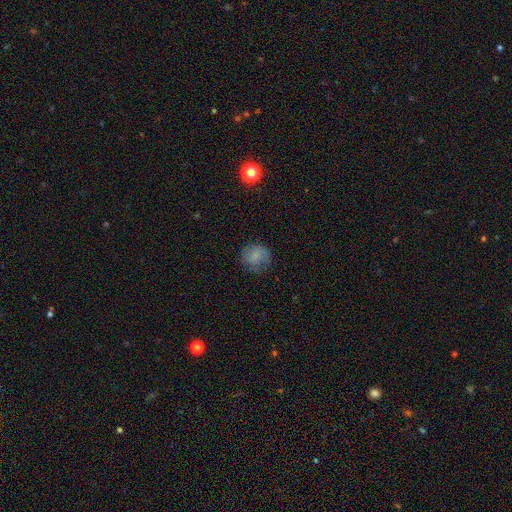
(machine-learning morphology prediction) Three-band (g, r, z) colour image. It shows a smooth galaxy with no disk features (73%) that is round (82%). Merging: none (68%).